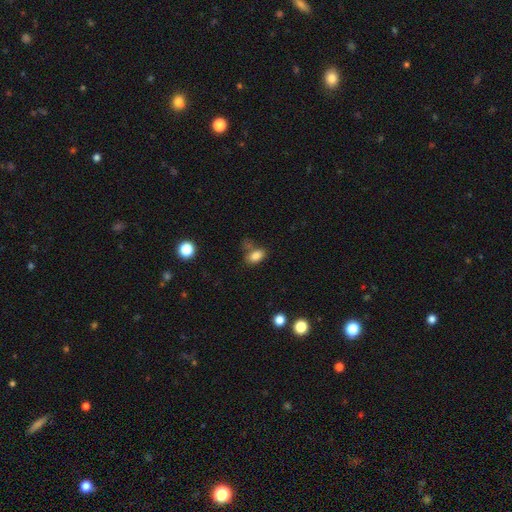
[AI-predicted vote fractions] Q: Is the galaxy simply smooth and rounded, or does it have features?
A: smooth — 82%.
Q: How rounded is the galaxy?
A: in between — 87%.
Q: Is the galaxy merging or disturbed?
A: none — 52%.